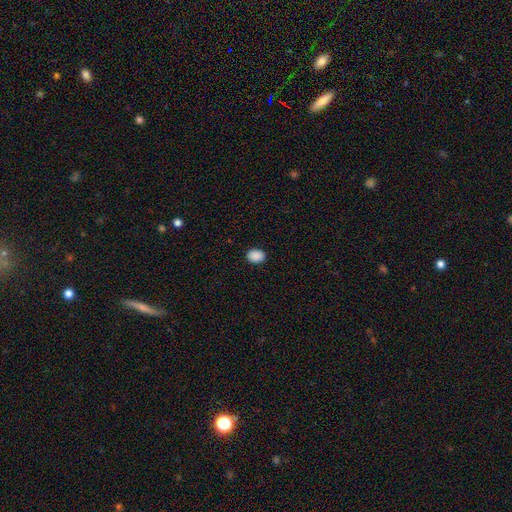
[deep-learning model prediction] Overall: smooth (90%). How rounded: in between (70%). Merging: none (90%).